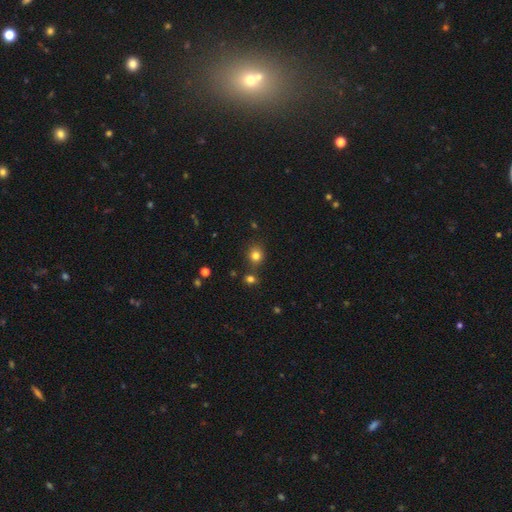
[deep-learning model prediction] This is likely a smooth galaxy (79%). How rounded: clearly round (81%). Merging: likely none (76%).